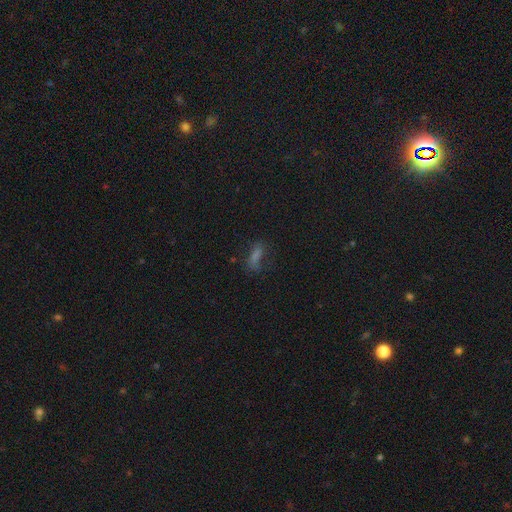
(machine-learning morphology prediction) Smooth or featured? smooth (54%)
How rounded? in between (52%)
Merging? none (62%)